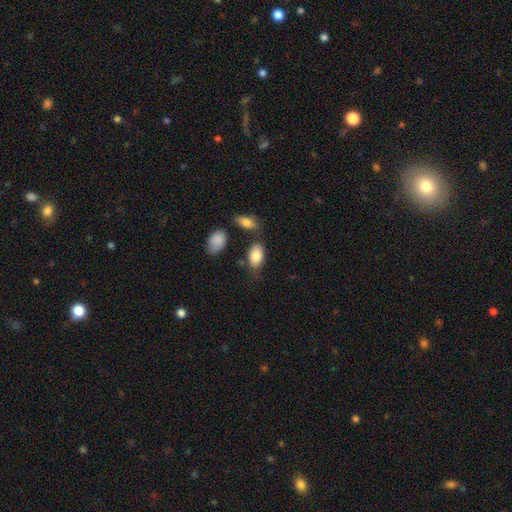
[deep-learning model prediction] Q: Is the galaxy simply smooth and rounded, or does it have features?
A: smooth — 83%.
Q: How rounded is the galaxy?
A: in between — 92%.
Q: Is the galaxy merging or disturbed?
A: none — 67%.